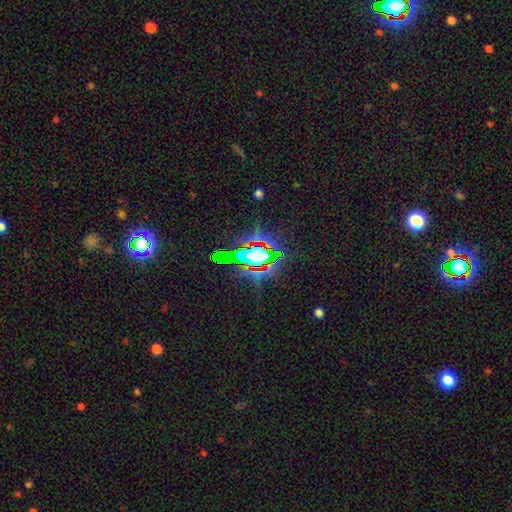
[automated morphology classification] A star or artifact, not a galaxy (64%).

Vote fractions:
- Smooth or featured? star or artifact: 64% / smooth: 21% / featured or disk: 15%